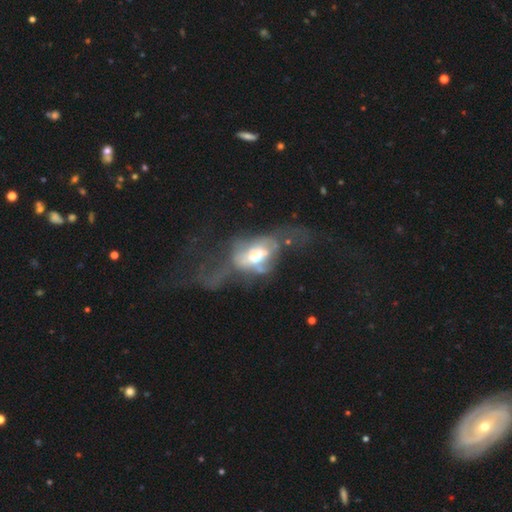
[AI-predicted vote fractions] Q: Smooth or featured?
A: featured or disk (57%); runner-up: smooth (31%)
Q: Edge-on disk?
A: no (91%); runner-up: yes (9%)
Q: Bar?
A: no (67%); runner-up: weak (21%)
Q: Spiral arms?
A: no (79%); runner-up: yes (21%)
Q: Bulge size?
A: large (37%); runner-up: moderate (35%)
Q: Merging?
A: major disturbance (54%); runner-up: merger (21%)